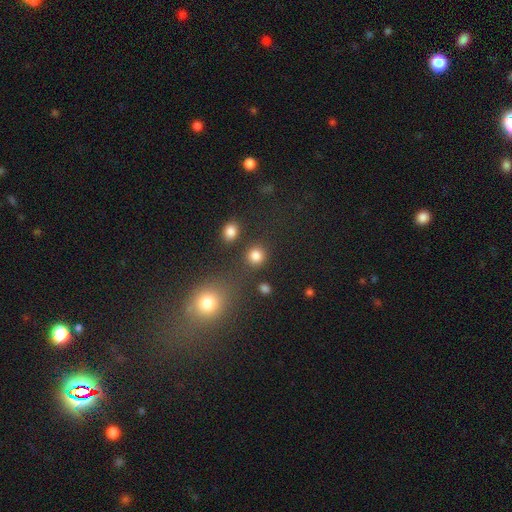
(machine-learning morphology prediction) The model was most divided on "smooth or featured": smooth: 83%, star or artifact: 13%, featured or disk: 5%. More confident: how rounded — round (88%); merging — none (83%).